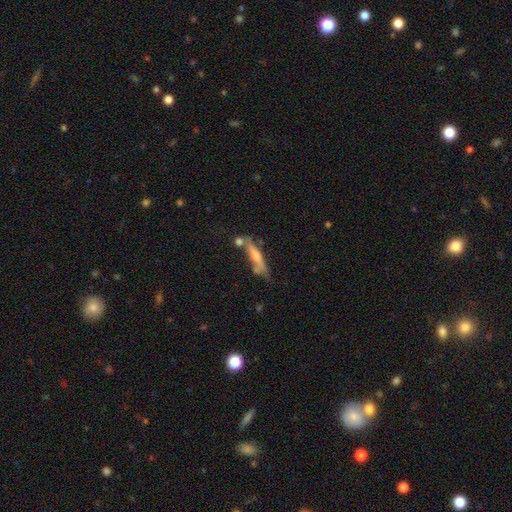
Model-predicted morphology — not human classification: smooth-or-featured: featured or disk: 50% | smooth: 42% | star or artifact: 8%
  disk-edge-on: yes: 80% | no: 20%
  merging: none: 55% | minor disturbance: 21% | merger: 16% | major disturbance: 8%